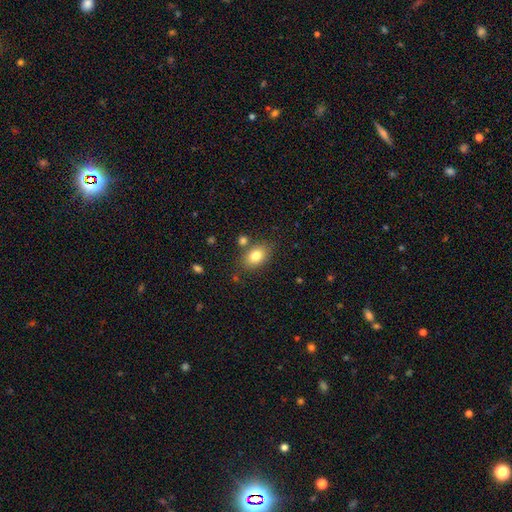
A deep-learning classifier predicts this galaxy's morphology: Smooth or featured? Predicted: smooth (p=0.80). How rounded? Predicted: in between (p=0.81). Merging? Predicted: none (p=0.76).